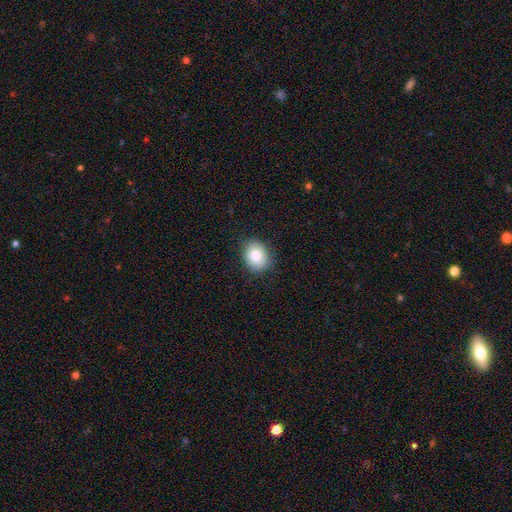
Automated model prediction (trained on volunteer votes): smooth-or-featured: smooth: 85% | star or artifact: 8% | featured or disk: 7%
  how-rounded: in between: 60% | round: 39% | cigar-shaped: 1%
  merging: none: 84% | minor disturbance: 12% | major disturbance: 3% | merger: 1%